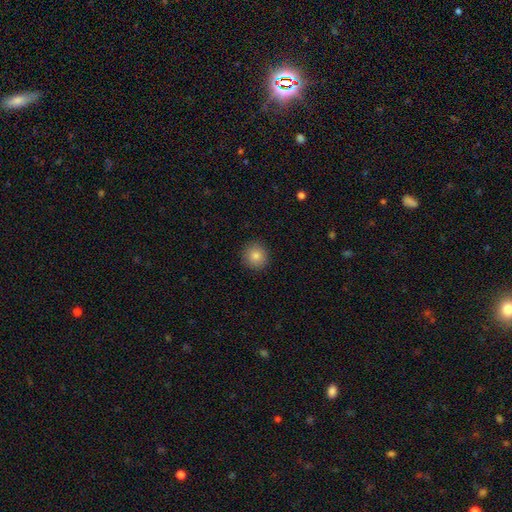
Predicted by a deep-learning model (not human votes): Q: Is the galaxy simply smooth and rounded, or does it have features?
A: smooth — 83%.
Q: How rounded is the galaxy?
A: round — 95%.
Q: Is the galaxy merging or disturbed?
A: none — 92%.